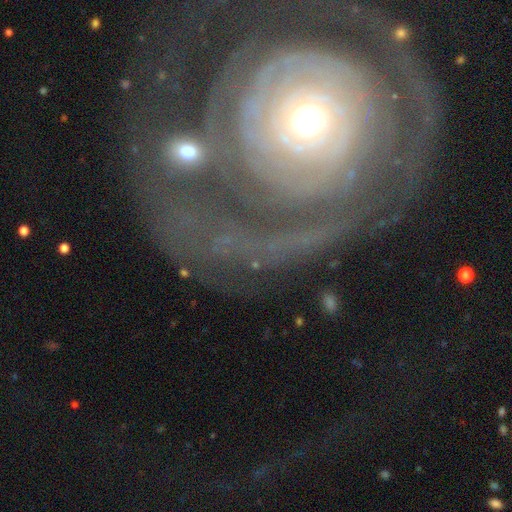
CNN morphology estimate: Smooth or featured: featured or disk — 79% (smooth — 14%)
Edge-on disk: no — 96% (yes — 4%)
Bar: no — 82% (weak — 12%)
Spiral arms: yes — 77% (no — 23%)
Spiral winding: tight — 68% (medium — 20%)
Spiral arm count: can't tell — 38% (2 — 24%)
Bulge size: moderate — 51% (small — 38%)
Merging: none — 46% (major disturbance — 34%)